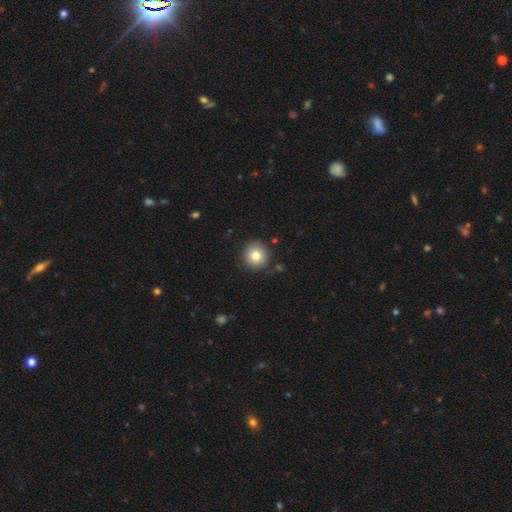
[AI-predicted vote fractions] smooth_or_featured: smooth (p=0.81) [alt: star or artifact p=0.10]
how_rounded: round (p=0.94) [alt: in between p=0.05]
merging: none (p=0.88) [alt: minor disturbance p=0.08]